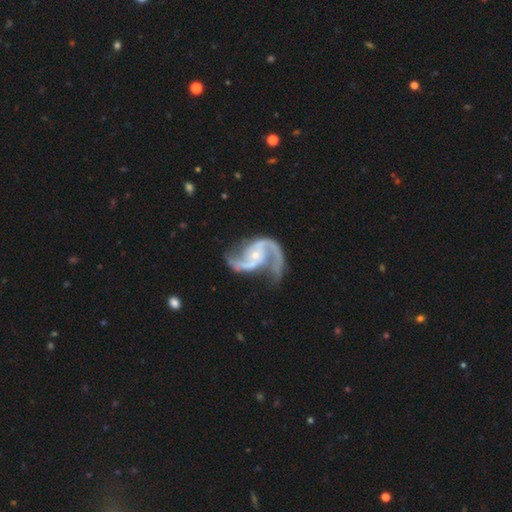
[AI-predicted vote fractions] Smooth or featured? featured or disk (93%)
Edge-on disk? no (98%)
Bar? no (55%)
Spiral arms? yes (98%)
Spiral winding? medium (49%)
Spiral arm count? 2 (93%)
Bulge size? small (70%)
Merging? none (64%)